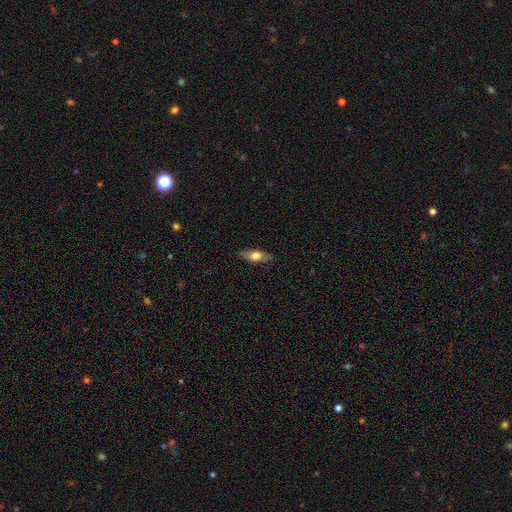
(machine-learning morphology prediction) smooth-or-featured: smooth: 66% | featured or disk: 27% | star or artifact: 6%
  how-rounded: in between: 76% | cigar-shaped: 20% | round: 4%
  merging: none: 84% | minor disturbance: 12% | major disturbance: 2% | merger: 1%